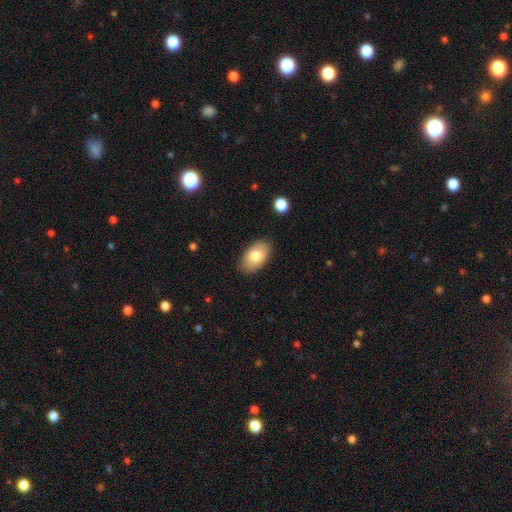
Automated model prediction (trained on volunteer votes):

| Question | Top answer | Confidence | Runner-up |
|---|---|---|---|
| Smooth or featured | smooth | 79% | featured or disk (14%) |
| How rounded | in between | 93% | round (6%) |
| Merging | none | 85% | minor disturbance (12%) |